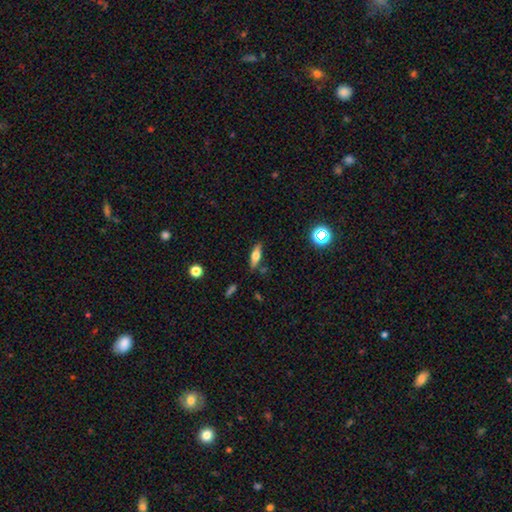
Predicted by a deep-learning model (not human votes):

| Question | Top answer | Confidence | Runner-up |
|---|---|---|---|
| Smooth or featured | smooth | 51% | featured or disk (40%) |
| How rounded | in between | 54% | cigar-shaped (42%) |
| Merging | none | 82% | minor disturbance (12%) |